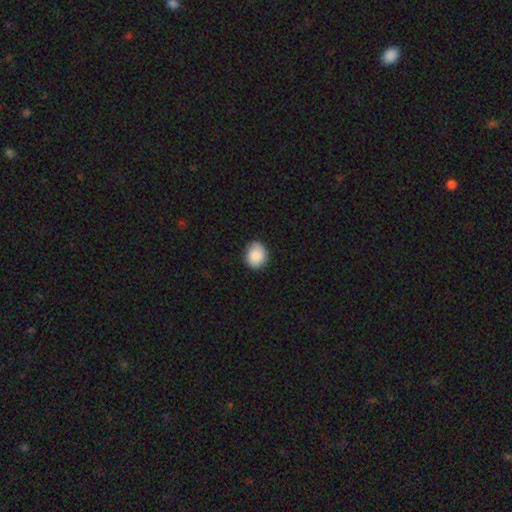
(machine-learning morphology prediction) Overall: smooth (88%). How rounded: round (65%; in between 34%). Merging: none (83%).